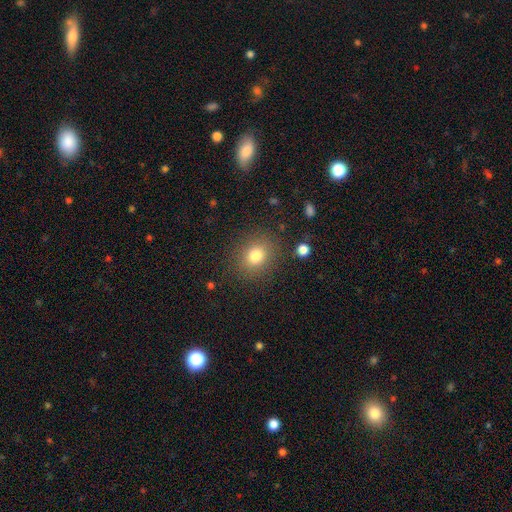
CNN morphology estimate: smooth-or-featured: smooth: 80% | star or artifact: 12% | featured or disk: 8%
  how-rounded: round: 69% | in between: 30% | cigar-shaped: 1%
  merging: none: 85% | minor disturbance: 9% | major disturbance: 4% | merger: 2%